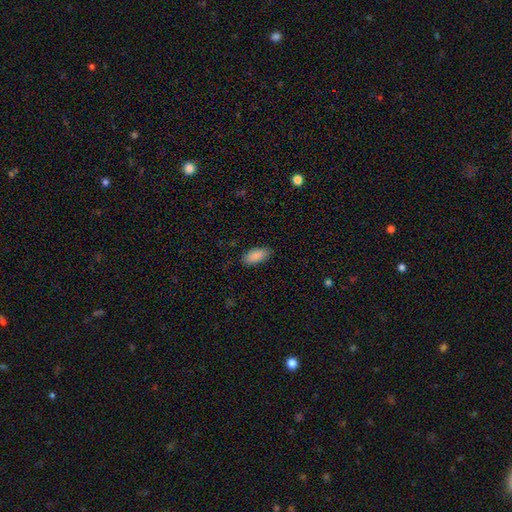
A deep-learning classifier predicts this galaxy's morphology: Q: Smooth or featured?
A: smooth (89%); runner-up: star or artifact (7%)
Q: How rounded?
A: in between (92%); runner-up: cigar-shaped (6%)
Q: Merging?
A: none (86%); runner-up: minor disturbance (10%)